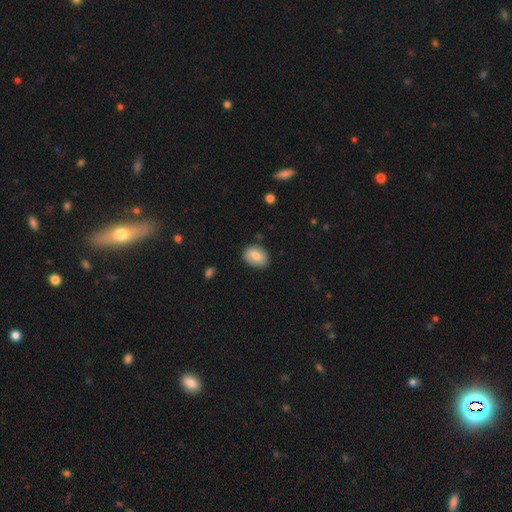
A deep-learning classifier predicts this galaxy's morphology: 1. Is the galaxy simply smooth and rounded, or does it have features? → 63% smooth, 29% featured or disk, 7% star or artifact.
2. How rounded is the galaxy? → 68% in between, 31% round, 1% cigar-shaped.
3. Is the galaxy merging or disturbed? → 78% none, 17% minor disturbance, 4% major disturbance, 2% merger.